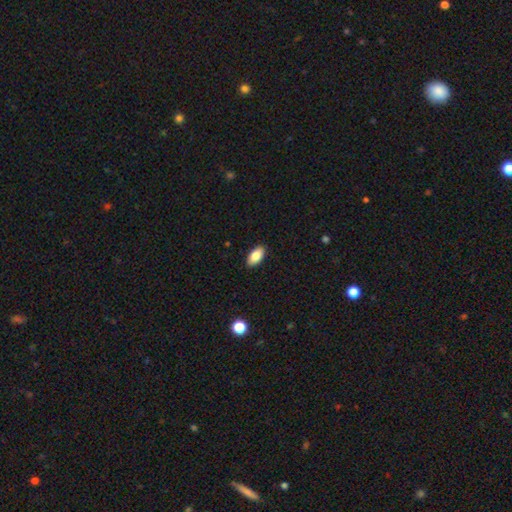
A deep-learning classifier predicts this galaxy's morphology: smooth 85%, featured or disk 8%, star or artifact 7%. Down the decision tree: how rounded — in between (93%); merging — none (90%).